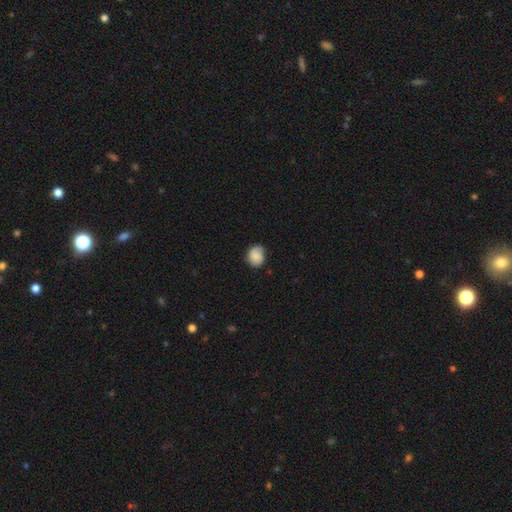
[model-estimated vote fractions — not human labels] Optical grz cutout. It shows a smooth galaxy with no disk features (81%) that is round (64%). Merging: none (72%).